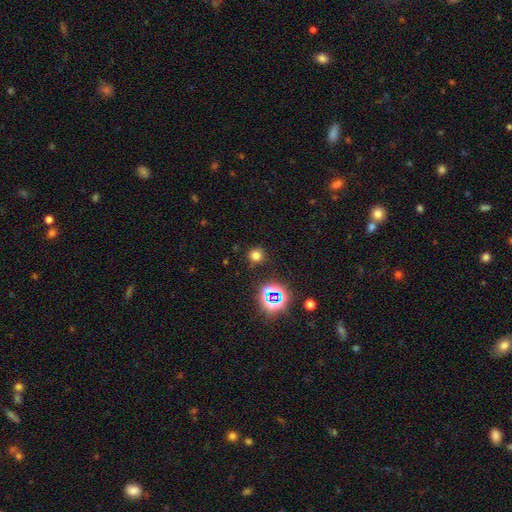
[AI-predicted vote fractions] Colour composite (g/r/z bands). It shows a smooth galaxy with no disk features (70%) that is round (92%). Merging: none (87%).